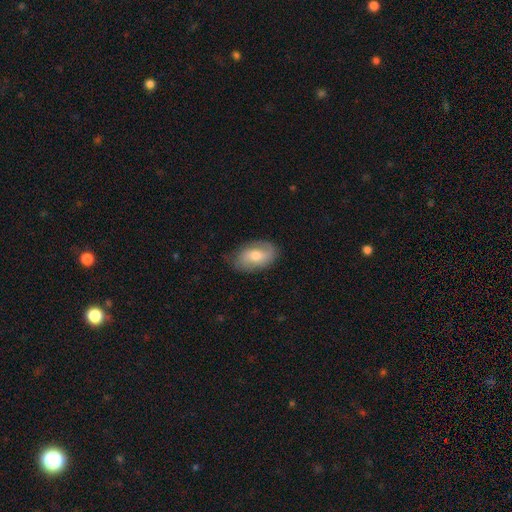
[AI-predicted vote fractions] Smooth or featured?
  - smooth: 51% *
  - featured or disk: 42%
  - star or artifact: 7%
How rounded?
  - in between: 90% *
  - round: 9%
  - cigar-shaped: 2%
Merging?
  - none: 70% *
  - minor disturbance: 23%
  - major disturbance: 6%
  - merger: 1%